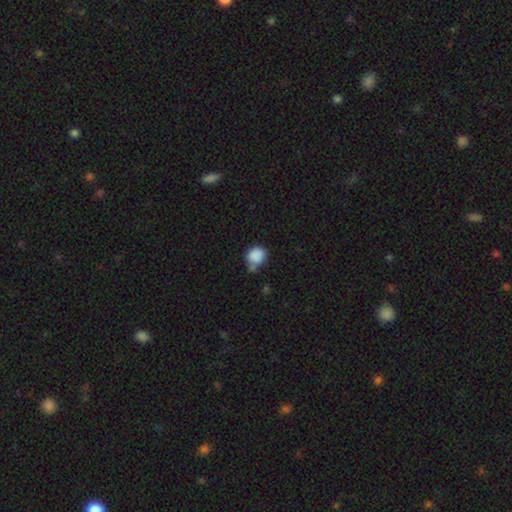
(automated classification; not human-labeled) Smooth or featured? Predicted: smooth (p=0.86). How rounded? Predicted: round (p=0.75). Merging? Predicted: none (p=0.49).